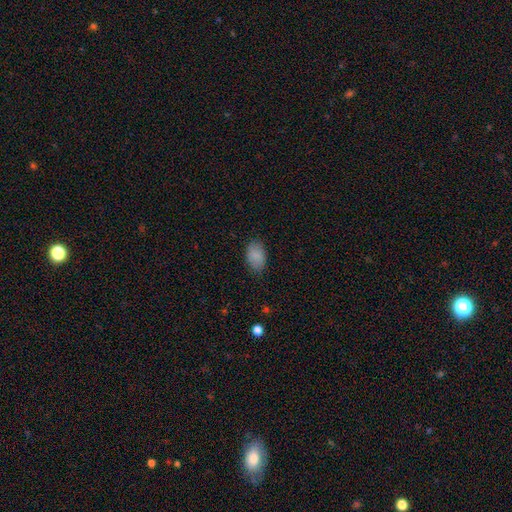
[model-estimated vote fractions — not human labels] Overall: smooth (87%). How rounded: in between (92%). Merging: none (83%).